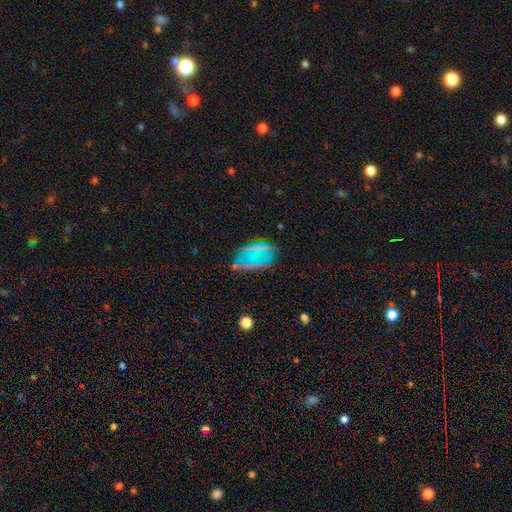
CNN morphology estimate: This is marginally a star or artifact rather than a galaxy (33%, tied with smooth and featured or disk).